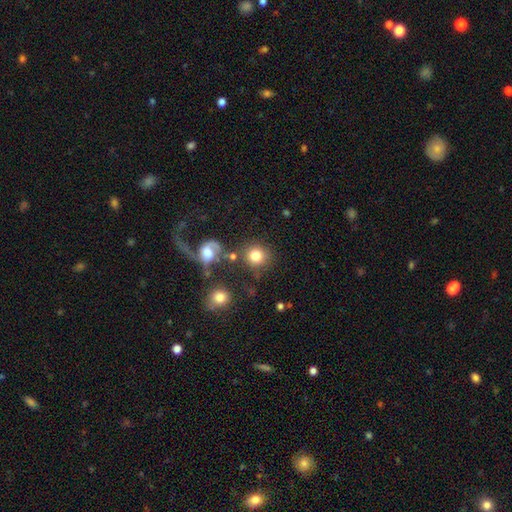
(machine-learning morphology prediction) Smooth or featured?
  - smooth: 79% *
  - featured or disk: 11%
  - star or artifact: 10%
How rounded?
  - round: 89% *
  - in between: 10%
  - cigar-shaped: 1%
Merging?
  - none: 72% *
  - merger: 12%
  - minor disturbance: 10%
  - major disturbance: 6%